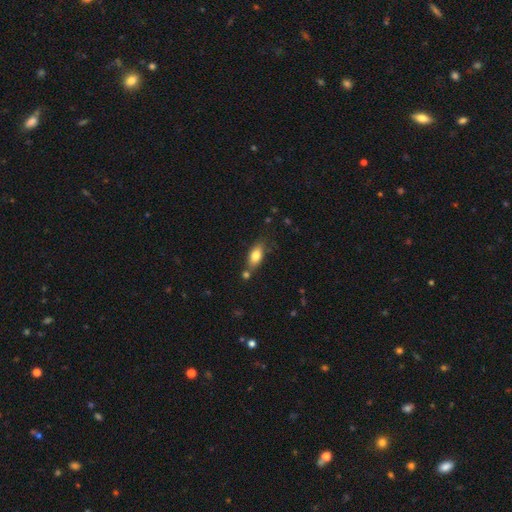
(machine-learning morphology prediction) This is likely a smooth galaxy (79%). How rounded: clearly in between (84%). Merging: likely none (68%).